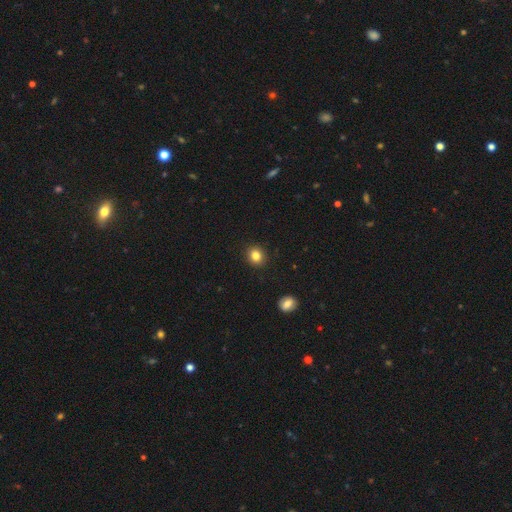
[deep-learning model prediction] Overall: smooth (84%). How rounded: round (78%). Merging: none (92%).